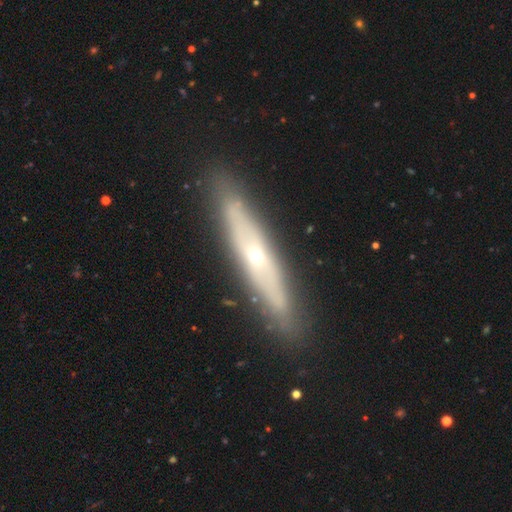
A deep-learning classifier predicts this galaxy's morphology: The model was most divided on "edge-on disk": yes: 67%, no: 33%. More confident: merging — none (86%); smooth or featured — featured or disk (68%).